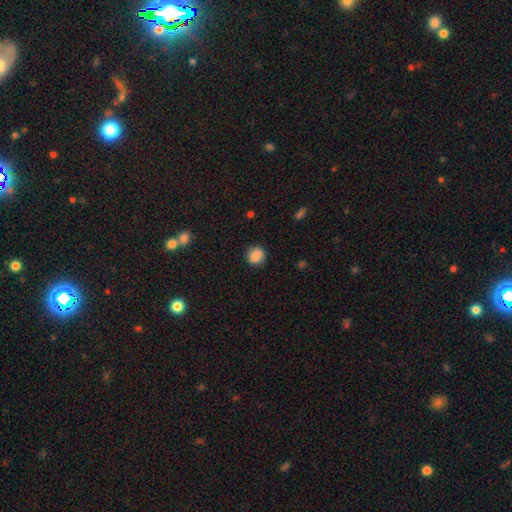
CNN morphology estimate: The model was most divided on "how rounded": round: 77%, in between: 21%, cigar-shaped: 1%. More confident: smooth or featured — smooth (83%); merging — none (80%).